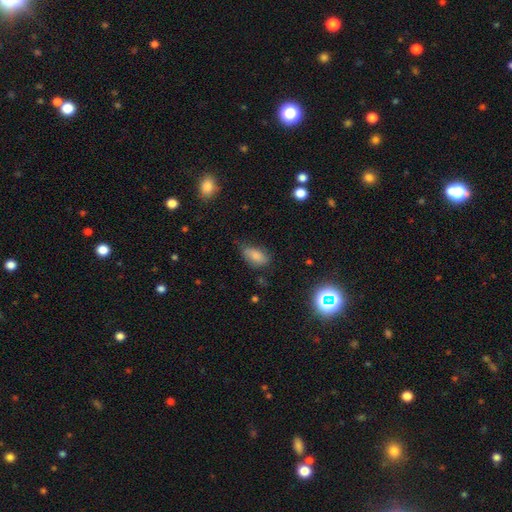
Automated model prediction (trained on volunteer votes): The model was most divided on "merging": none: 61%, minor disturbance: 30%, major disturbance: 7%, merger: 2%. More confident: how rounded — in between (88%); smooth or featured — smooth (82%).